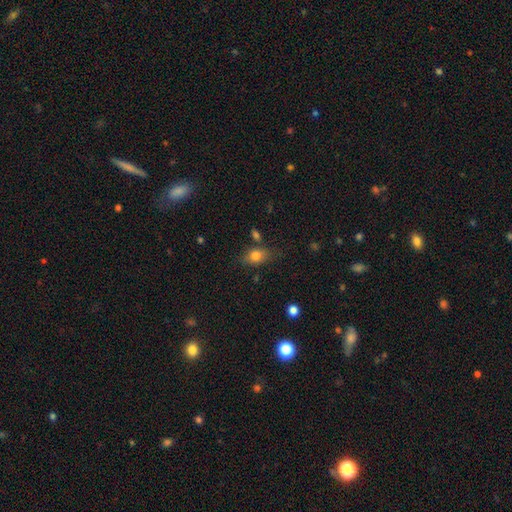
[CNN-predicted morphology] Smooth or featured?
  - smooth: 77% *
  - featured or disk: 14%
  - star or artifact: 9%
How rounded?
  - in between: 77% *
  - round: 18%
  - cigar-shaped: 5%
Merging?
  - none: 68% *
  - minor disturbance: 19%
  - merger: 7%
  - major disturbance: 5%